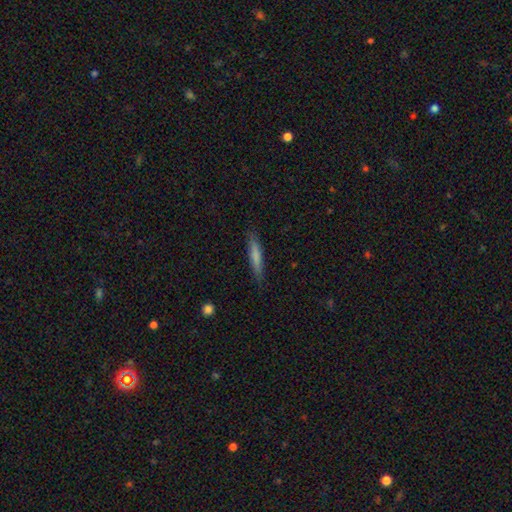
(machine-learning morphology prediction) Smooth or featured? Predicted: smooth (p=0.75). How rounded? Predicted: cigar-shaped (p=0.89). Merging? Predicted: none (p=0.84).